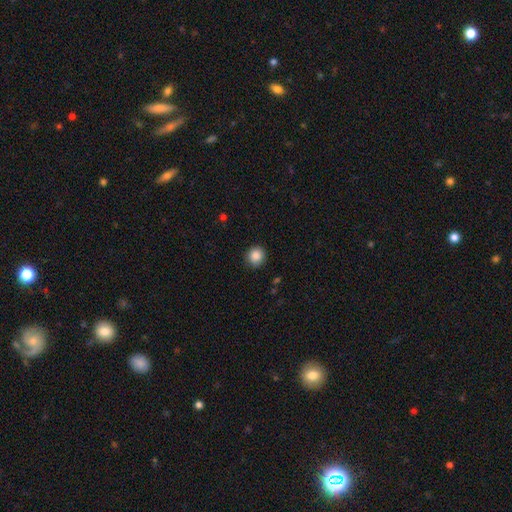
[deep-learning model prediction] Smooth or featured: smooth — 87% (star or artifact — 9%)
How rounded: round — 90% (in between — 9%)
Merging: none — 90% (minor disturbance — 7%)